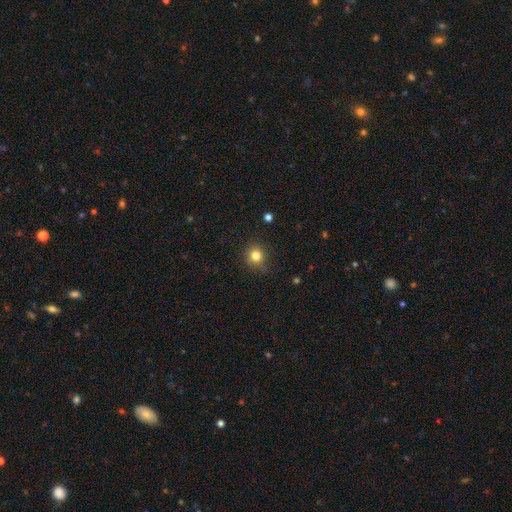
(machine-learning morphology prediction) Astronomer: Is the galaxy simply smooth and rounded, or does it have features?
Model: smooth — 81%.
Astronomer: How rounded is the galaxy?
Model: round — 87%.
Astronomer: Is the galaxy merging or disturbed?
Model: none — 84%.